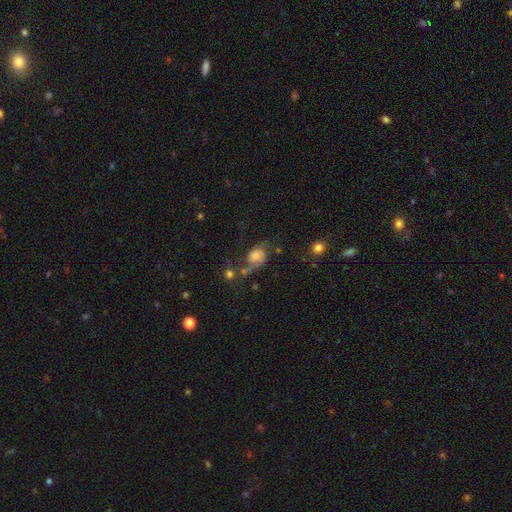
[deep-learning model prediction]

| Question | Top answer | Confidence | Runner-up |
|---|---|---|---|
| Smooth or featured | smooth | 45% | featured or disk (40%) |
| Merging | none | 39% | major disturbance (24%) |